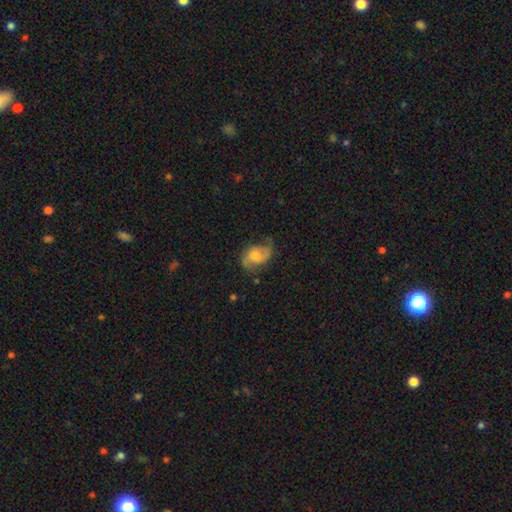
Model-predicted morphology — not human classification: A featured or disk galaxy (63%) with no bar (57%), 2 (86%) loose (44%) spiral arms (89%) and a moderate central bulge (44%).

Vote fractions:
- Smooth or featured? featured or disk: 63% / smooth: 29% / star or artifact: 8%
- Edge-on disk? no: 97% / yes: 3%
- Bar? no: 57% / weak: 36% / strong: 7%
- Spiral arms? yes: 89% / no: 11%
- Spiral winding? loose: 44% / medium: 42% / tight: 14%
- Spiral arm count? 2: 86% / can't tell: 7% / 1: 4% / 3: 1% / 4: 1% / more than 4: 1%
- Bulge size? moderate: 44% / small: 29% / large: 14% / none: 11% / dominant: 2%
- Merging? none: 62% / minor disturbance: 24% / major disturbance: 12% / merger: 2%